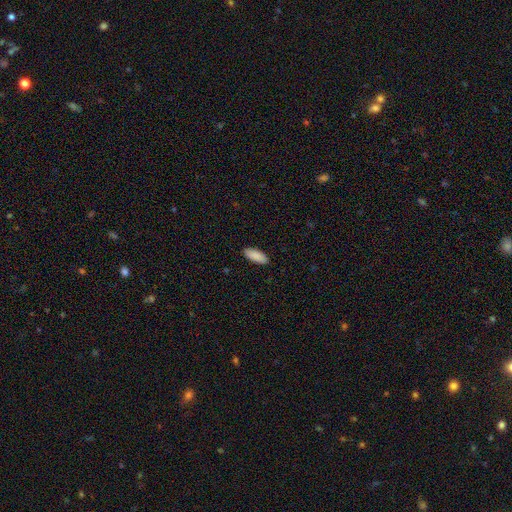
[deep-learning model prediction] Q: Smooth or featured?
A: smooth (90%); runner-up: star or artifact (6%)
Q: How rounded?
A: in between (79%); runner-up: cigar-shaped (19%)
Q: Merging?
A: none (90%); runner-up: minor disturbance (7%)